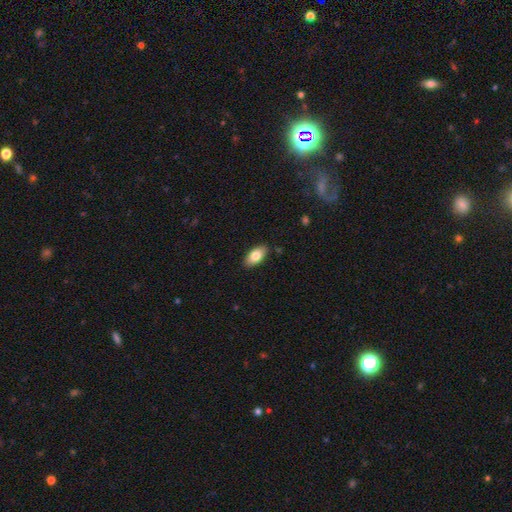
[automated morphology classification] Smooth or featured?
  - smooth: 79% *
  - featured or disk: 15%
  - star or artifact: 7%
How rounded?
  - in between: 92% *
  - cigar-shaped: 5%
  - round: 3%
Merging?
  - none: 87% *
  - minor disturbance: 10%
  - major disturbance: 2%
  - merger: 1%